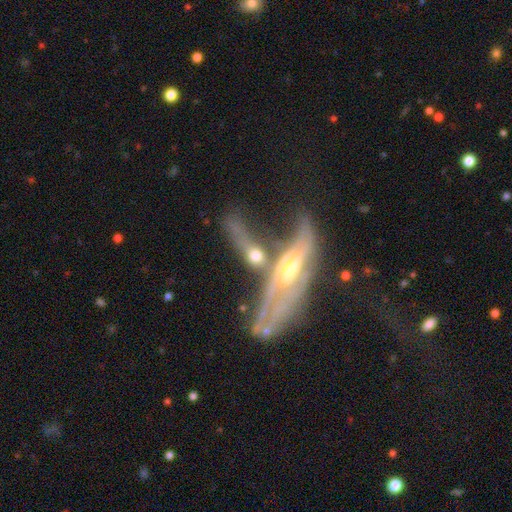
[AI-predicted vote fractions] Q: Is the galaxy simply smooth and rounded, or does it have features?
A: featured or disk — 66%.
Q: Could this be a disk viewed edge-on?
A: yes — 59%.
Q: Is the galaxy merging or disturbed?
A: merger — 52%.